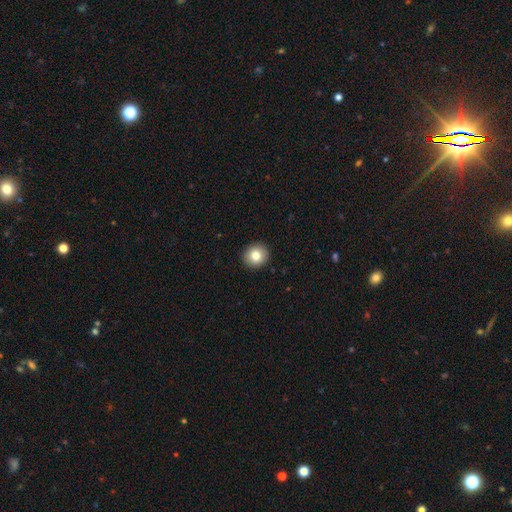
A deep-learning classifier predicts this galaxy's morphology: Smooth or featured?
  - smooth: 82% *
  - featured or disk: 9%
  - star or artifact: 9%
How rounded?
  - round: 89% *
  - in between: 10%
  - cigar-shaped: 1%
Merging?
  - none: 93% *
  - minor disturbance: 5%
  - major disturbance: 1%
  - merger: 1%